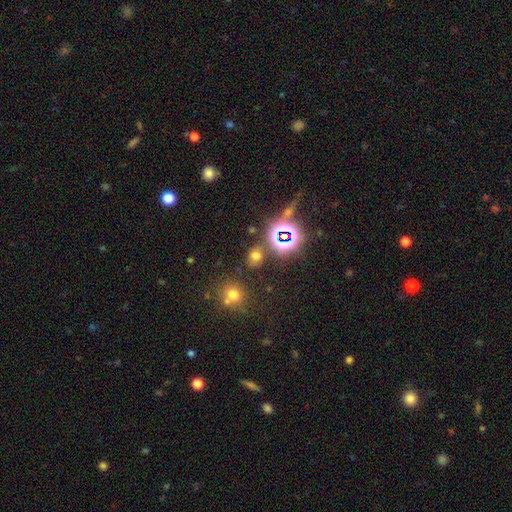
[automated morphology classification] The model was most divided on "how rounded" (2-way tie): in between: 49%, round: 49%, cigar-shaped: 2%. More confident: merging — none (75%); smooth or featured — smooth (55%).